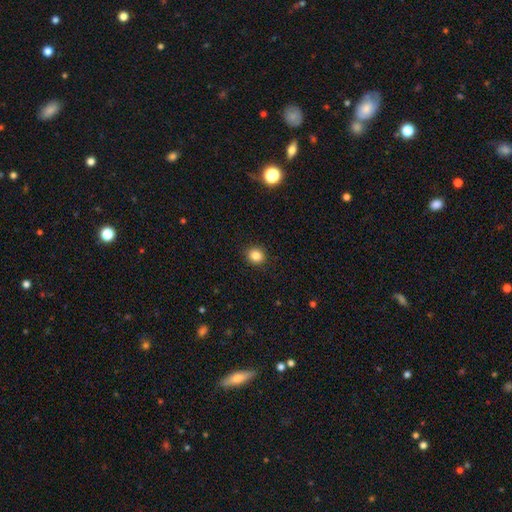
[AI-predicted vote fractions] Morphology: type=smooth (84%); roundness=round (86%); merging=none (91%).